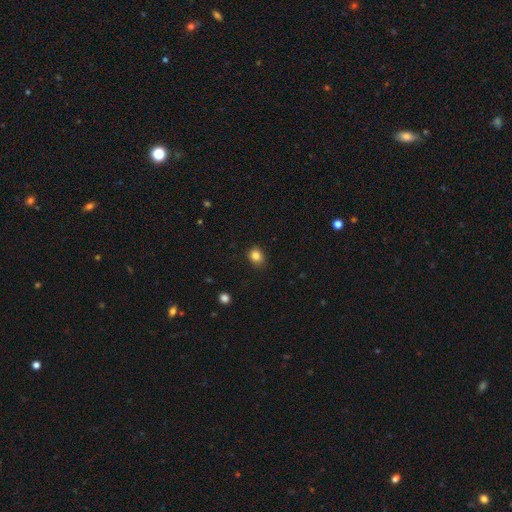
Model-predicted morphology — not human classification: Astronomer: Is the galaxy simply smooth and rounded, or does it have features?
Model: smooth — 85%.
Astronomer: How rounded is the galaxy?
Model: round — 62% (runner-up: in between, 38%).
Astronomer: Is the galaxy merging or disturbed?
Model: none — 83%.